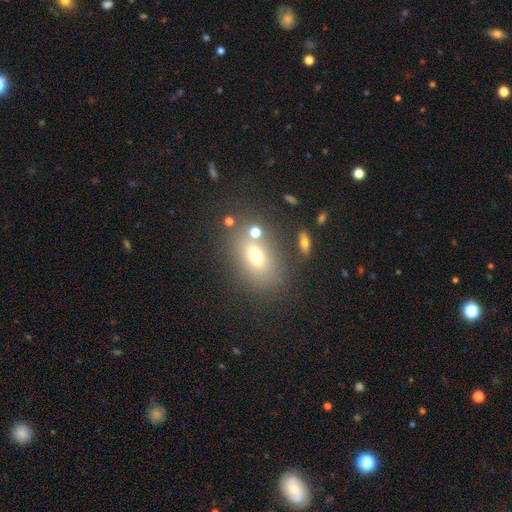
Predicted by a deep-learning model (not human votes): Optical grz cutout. It shows a smooth galaxy with no disk features (66%) that is in between round and cigar-shaped (73%). Merging: none (68%).